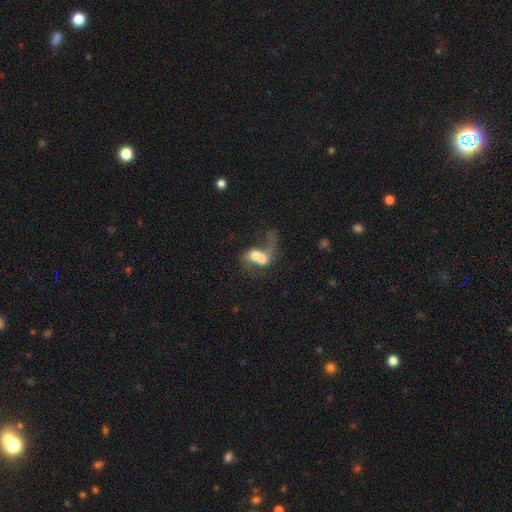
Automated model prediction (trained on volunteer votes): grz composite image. It shows a smooth galaxy with no disk features (46%). Merging: merger (68%).